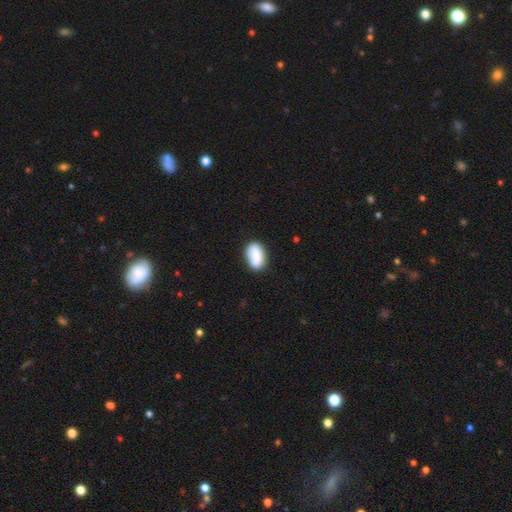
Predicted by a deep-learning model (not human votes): This appears to be a smooth galaxy with no disk features (82%) that is in between round and cigar-shaped (90%). Merging: none (77%).